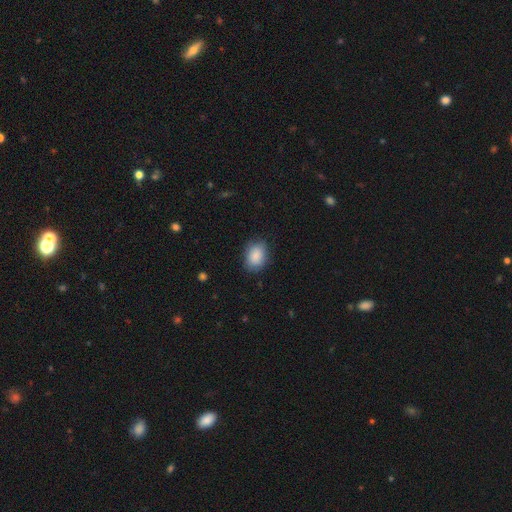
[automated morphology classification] smooth 88%, star or artifact 7%, featured or disk 5%. Down the decision tree: how rounded — in between (75%); merging — none (79%).